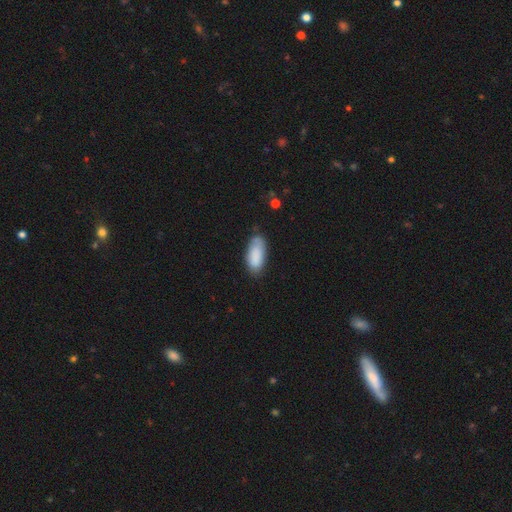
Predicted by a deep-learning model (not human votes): This appears to be a smooth galaxy with no disk features (86%) that is in between round and cigar-shaped (87%). Merging: none (68%).